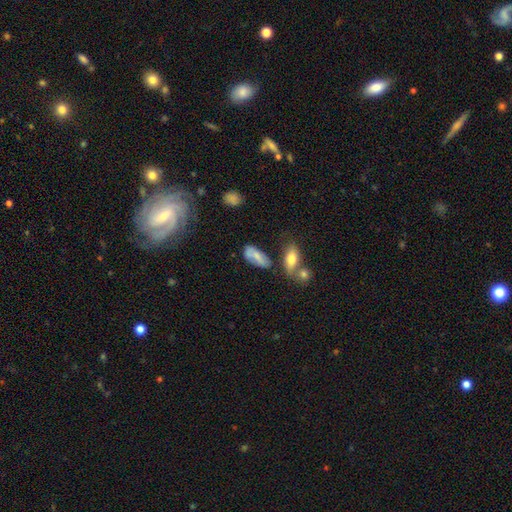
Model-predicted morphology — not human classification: smooth 63%, featured or disk 28%, star or artifact 9%. Down the decision tree: how rounded — in between (86%); merging — none (56%).